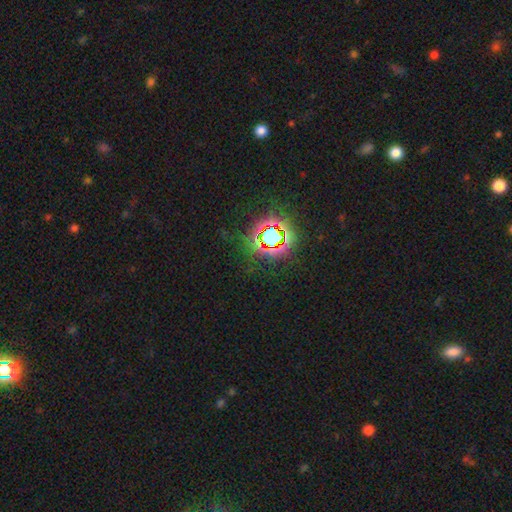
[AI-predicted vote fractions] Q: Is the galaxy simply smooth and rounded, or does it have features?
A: star or artifact — 81%.